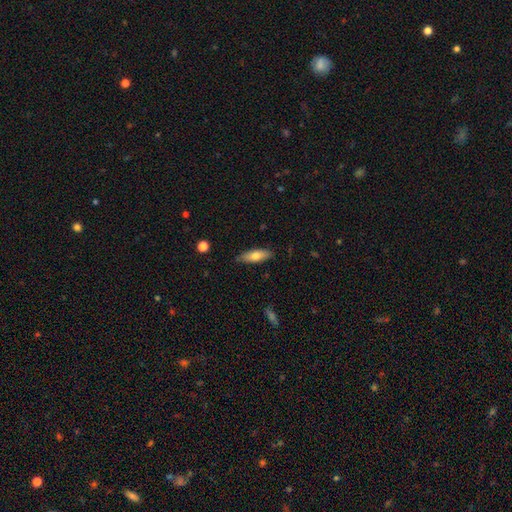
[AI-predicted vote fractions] Overall: smooth (72%). How rounded: in between (58%; cigar-shaped 39%). Merging: none (81%).